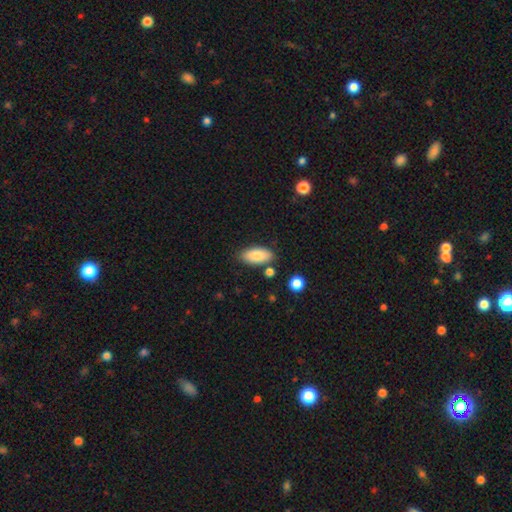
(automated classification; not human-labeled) The model was most divided on "merging": none: 81%, minor disturbance: 12%, merger: 5%, major disturbance: 3%. More confident: how rounded — in between (89%); smooth or featured — smooth (84%).